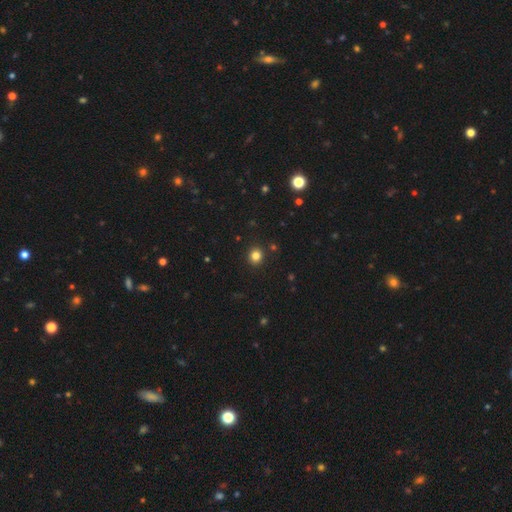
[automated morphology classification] smooth 82%, star or artifact 14%, featured or disk 5%. Down the decision tree: how rounded — round (85%); merging — none (91%).